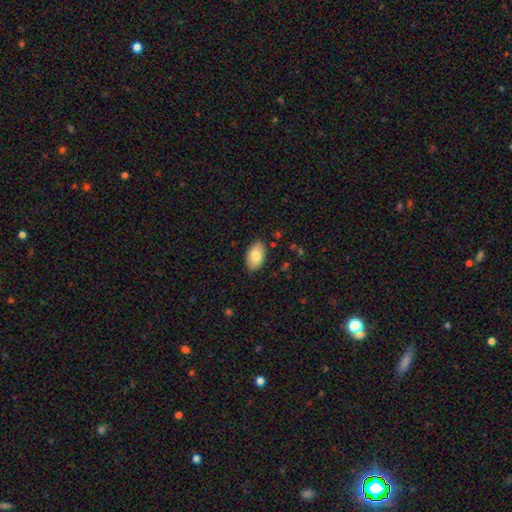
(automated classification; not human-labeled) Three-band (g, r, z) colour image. It shows a smooth galaxy with no disk features (80%) that is in between round and cigar-shaped (93%). Merging: none (87%).